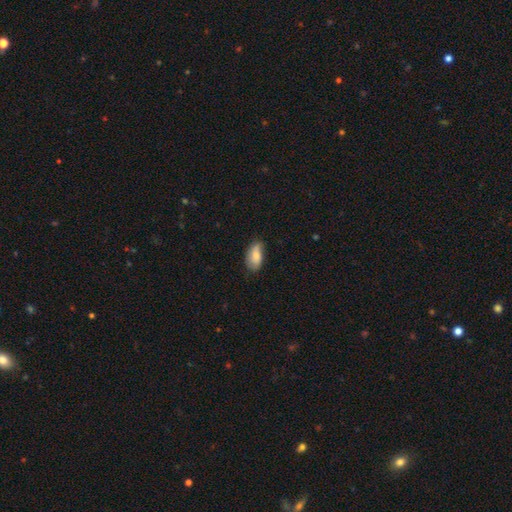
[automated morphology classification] Q: Smooth or featured?
A: smooth (71%); runner-up: featured or disk (22%)
Q: How rounded?
A: in between (92%); runner-up: cigar-shaped (4%)
Q: Merging?
A: none (64%); runner-up: minor disturbance (29%)